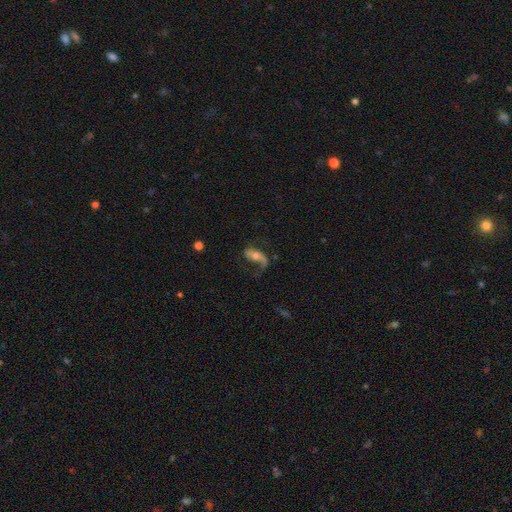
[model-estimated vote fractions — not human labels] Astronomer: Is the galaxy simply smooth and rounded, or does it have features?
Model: featured or disk — 71%.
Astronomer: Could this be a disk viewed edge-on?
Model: no — 89%.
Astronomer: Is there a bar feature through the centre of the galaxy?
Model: no — 47% (runner-up: weak, 29%).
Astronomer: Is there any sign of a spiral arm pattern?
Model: yes — 88%.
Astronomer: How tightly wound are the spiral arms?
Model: loose — 72%.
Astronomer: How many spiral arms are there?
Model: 2 — 64%.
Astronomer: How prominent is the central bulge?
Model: moderate — 59%.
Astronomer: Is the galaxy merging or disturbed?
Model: none — 50% (runner-up: major disturbance, 27%).